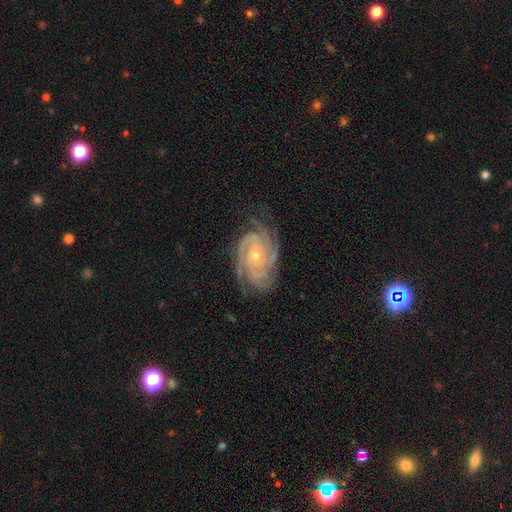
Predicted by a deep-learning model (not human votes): Smooth or featured? Predicted: featured or disk (p=0.91). Edge-on disk? Predicted: no (p=0.97). Bar? Predicted: no (p=0.72). Spiral arms? Predicted: yes (p=0.99). Spiral winding? Predicted: tight (p=0.76). Spiral arm count? Predicted: 4 (p=0.34). Bulge size? Predicted: small (p=0.69). Merging? Predicted: none (p=0.77).